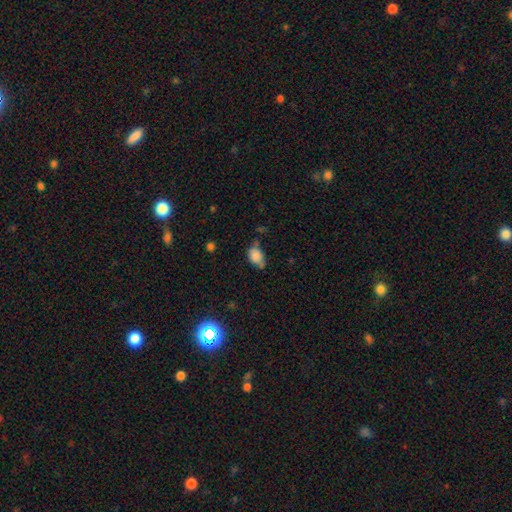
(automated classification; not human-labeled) Overall: smooth (80%). How rounded: in between (72%). Merging: none (43%; minor disturbance 33%).